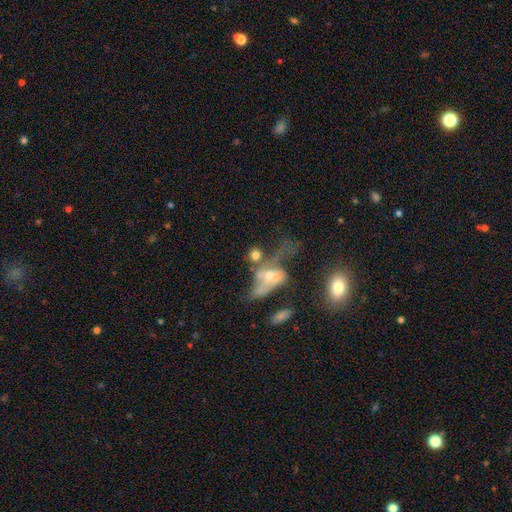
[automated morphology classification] Smooth or featured: smooth — 54% (featured or disk — 34%)
How rounded: round — 52% (in between — 43%)
Merging: merger — 41% (major disturbance — 24%)